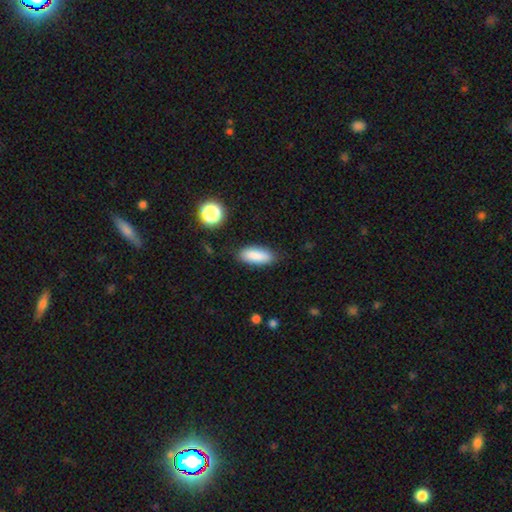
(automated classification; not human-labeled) Smooth or featured?
  - smooth: 87% *
  - star or artifact: 7%
  - featured or disk: 6%
How rounded?
  - in between: 75% *
  - cigar-shaped: 23%
  - round: 2%
Merging?
  - none: 85% *
  - minor disturbance: 11%
  - major disturbance: 3%
  - merger: 2%